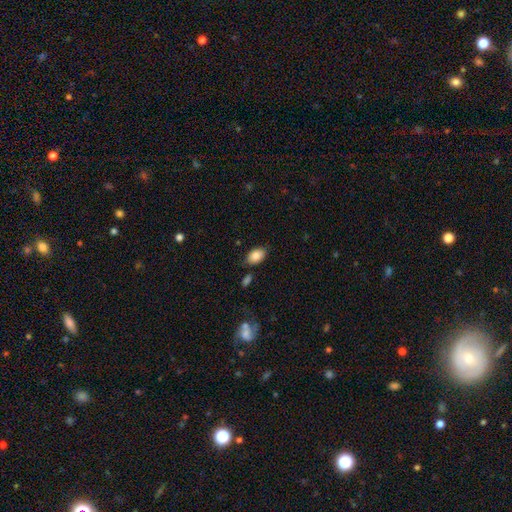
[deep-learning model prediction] Smooth or featured: smooth — 85% (star or artifact — 8%)
How rounded: in between — 89% (round — 10%)
Merging: none — 78% (minor disturbance — 14%)